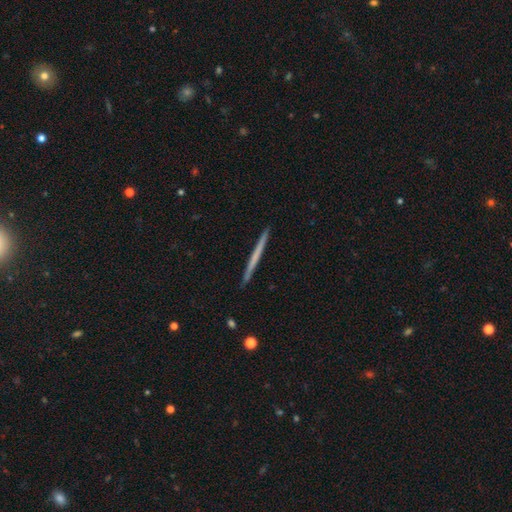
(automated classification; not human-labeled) Smooth or featured? featured or disk (48%)
Merging? none (93%)